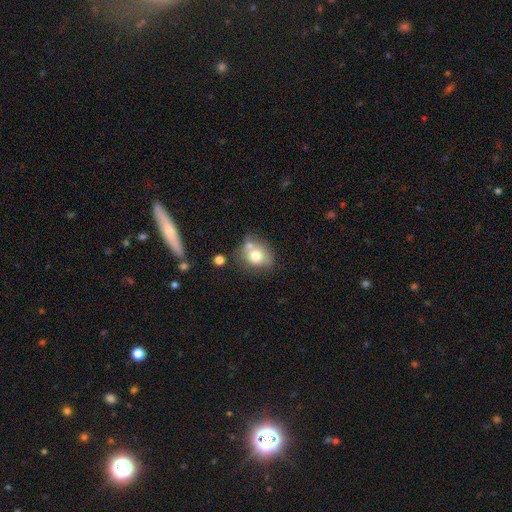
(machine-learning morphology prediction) This is likely a smooth galaxy (72%). How rounded: possibly round (60%). Merging: possibly none (50%).